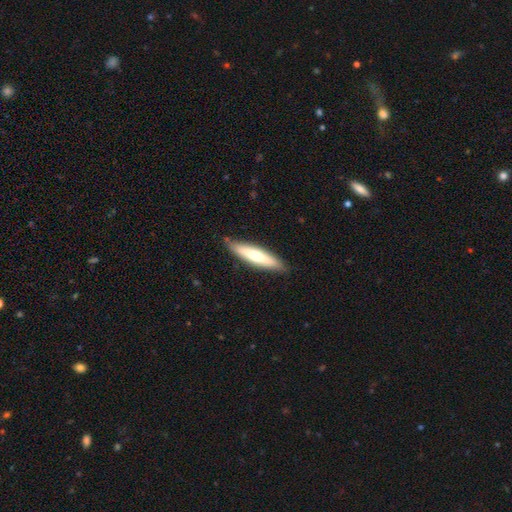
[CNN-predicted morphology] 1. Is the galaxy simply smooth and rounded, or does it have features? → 62% smooth, 33% featured or disk, 5% star or artifact.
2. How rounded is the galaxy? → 75% cigar-shaped, 24% in between, 1% round.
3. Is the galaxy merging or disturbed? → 85% none, 12% minor disturbance, 2% major disturbance, 1% merger.